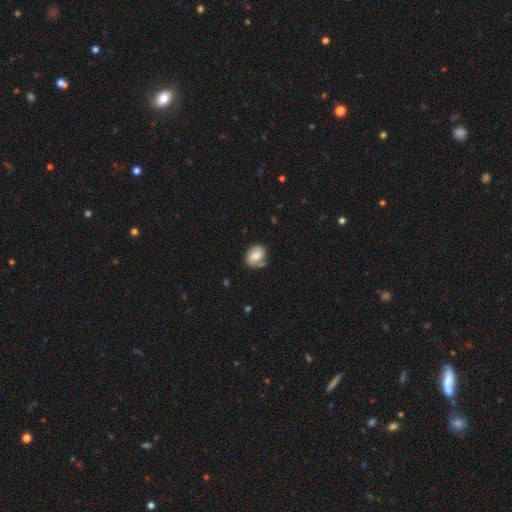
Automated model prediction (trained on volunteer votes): The model was most divided on "how rounded": in between: 62%, round: 37%, cigar-shaped: 1%. More confident: smooth or featured — smooth (72%); merging — none (62%).